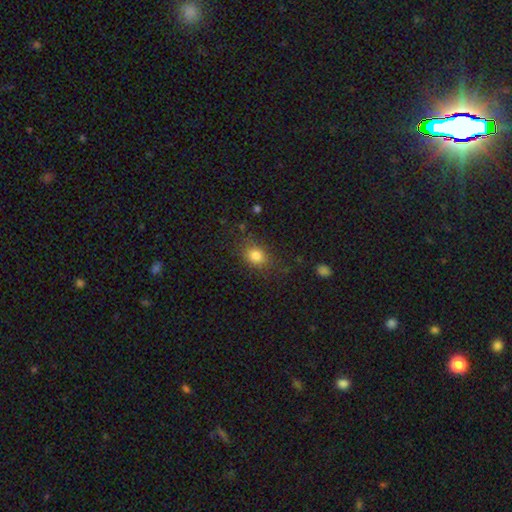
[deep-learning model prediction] Smooth or featured? Predicted: smooth (p=0.81). How rounded? Predicted: in between (p=0.51). Merging? Predicted: none (p=0.76).